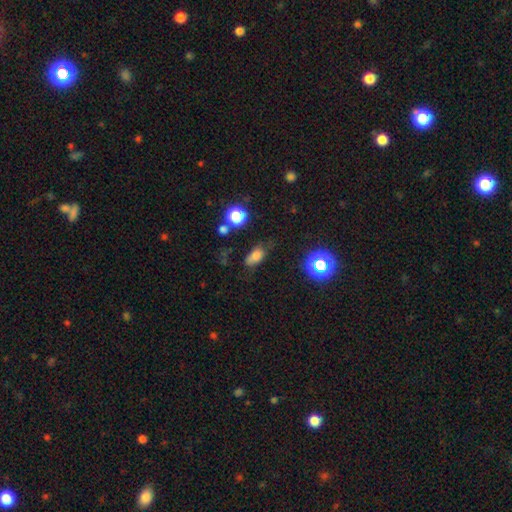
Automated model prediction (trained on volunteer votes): smooth_or_featured: smooth (p=0.74) [alt: star or artifact p=0.17]
how_rounded: in between (p=0.82) [alt: round p=0.12]
merging: none (p=0.62) [alt: minor disturbance p=0.25]